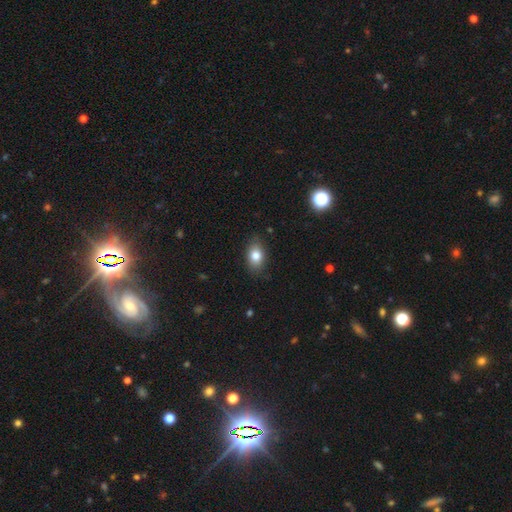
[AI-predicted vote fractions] A smooth galaxy with no disk features (81%) that is in between round and cigar-shaped (83%).

Vote fractions:
- Smooth or featured? smooth: 81% / featured or disk: 11% / star or artifact: 9%
- How rounded? in between: 83% / round: 15% / cigar-shaped: 2%
- Merging? none: 84% / minor disturbance: 13% / major disturbance: 3% / merger: 1%